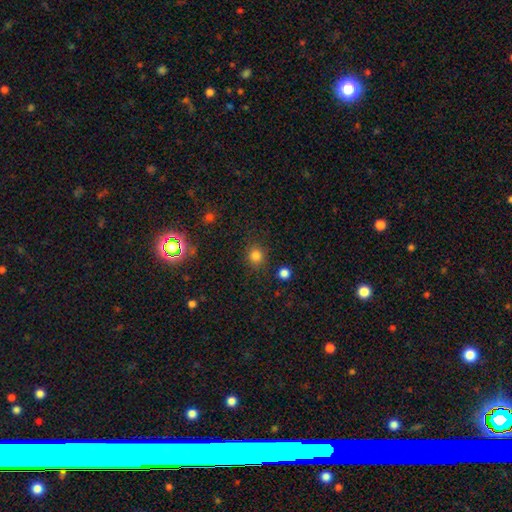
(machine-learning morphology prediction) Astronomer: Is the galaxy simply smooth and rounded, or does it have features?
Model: smooth — 81%.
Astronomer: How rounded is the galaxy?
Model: round — 86%.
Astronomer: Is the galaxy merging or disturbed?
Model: none — 86%.